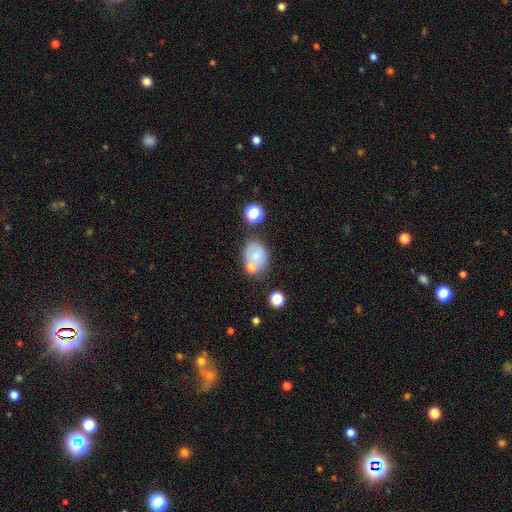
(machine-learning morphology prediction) smooth 70%, featured or disk 18%, star or artifact 11%. Down the decision tree: how rounded — in between (59%); merging — none (54%).